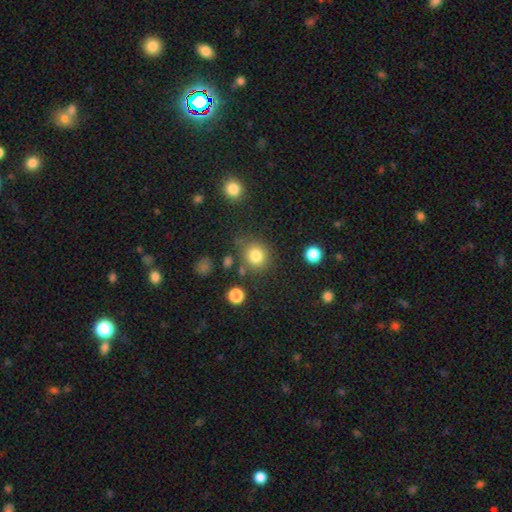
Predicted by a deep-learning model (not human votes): Smooth or featured: smooth — 81% (star or artifact — 12%)
How rounded: round — 86% (in between — 14%)
Merging: none — 75% (minor disturbance — 13%)